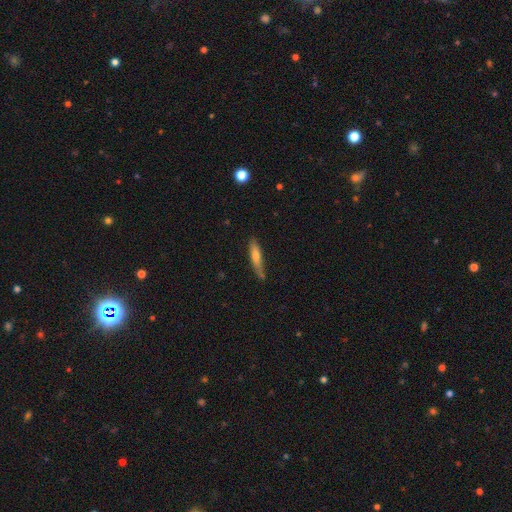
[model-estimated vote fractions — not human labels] Smooth or featured? Predicted: smooth (p=0.53). How rounded? Predicted: cigar-shaped (p=0.87). Merging? Predicted: none (p=0.70).